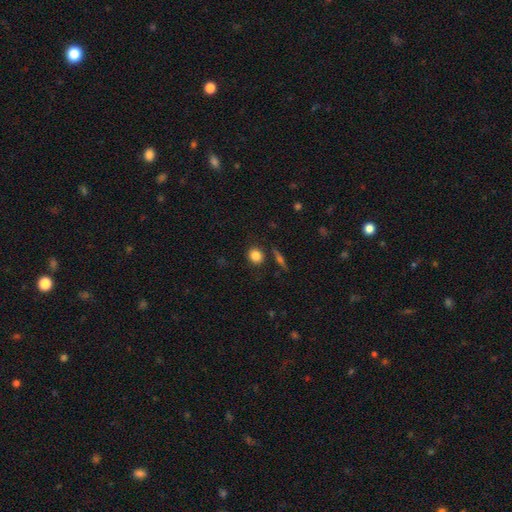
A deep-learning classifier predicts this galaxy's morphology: type=smooth (83%); roundness=round (84%); merging=none (85%).